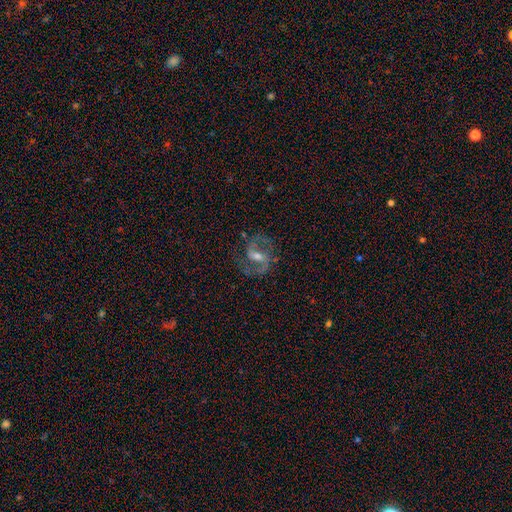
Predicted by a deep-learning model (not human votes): This is clearly a featured or disk galaxy (88%). It is clearly not viewed edge-on (98%). Bar: possibly weak (49%). Spiral arm pattern: clearly yes (97%). Spiral arm count: clearly 2 (92%). Spiral winding: likely medium (62%). Central bulge: possibly moderate (54%). Merging: likely none (77%).